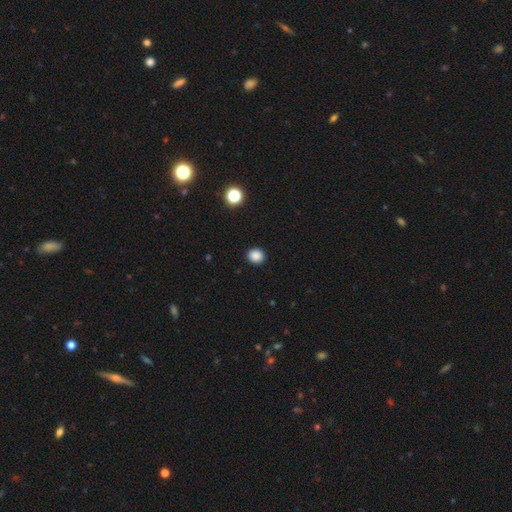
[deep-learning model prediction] Morphology: type=smooth (87%); roundness=round (83%); merging=none (92%).